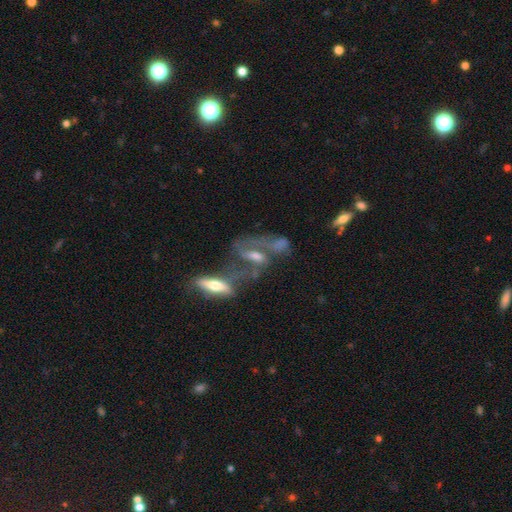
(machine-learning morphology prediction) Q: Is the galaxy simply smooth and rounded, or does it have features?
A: featured or disk — 68%.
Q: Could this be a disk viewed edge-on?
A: no — 75%.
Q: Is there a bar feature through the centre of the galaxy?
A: no — 49%.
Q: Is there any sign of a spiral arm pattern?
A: yes — 64%.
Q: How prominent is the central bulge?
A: moderate — 40%.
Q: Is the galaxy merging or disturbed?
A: merger — 37%.